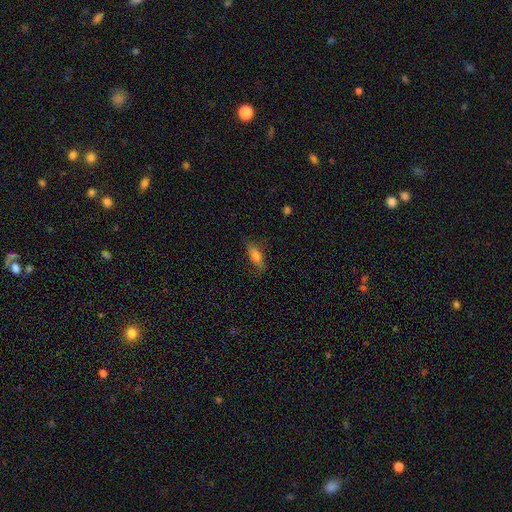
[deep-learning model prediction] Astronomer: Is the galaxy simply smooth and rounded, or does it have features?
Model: smooth — 72%.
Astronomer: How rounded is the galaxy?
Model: in between — 72%.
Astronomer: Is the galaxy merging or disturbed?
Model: none — 74%.